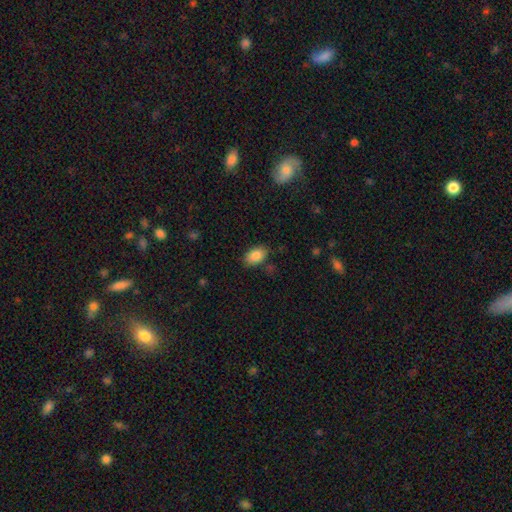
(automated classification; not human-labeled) smooth_or_featured: smooth (p=0.86) [alt: star or artifact p=0.08]
how_rounded: in between (p=0.87) [alt: round p=0.12]
merging: none (p=0.81) [alt: minor disturbance p=0.13]